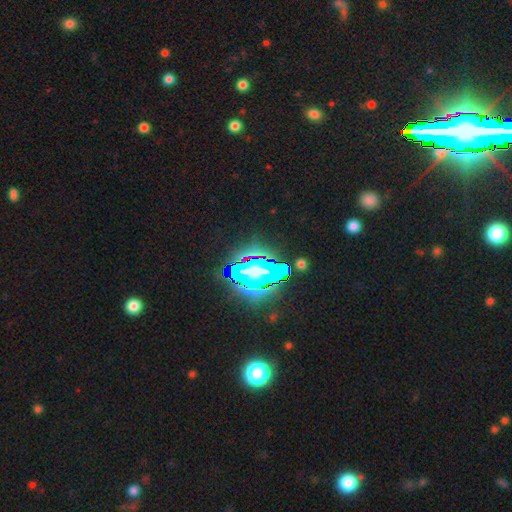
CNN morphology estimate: type=star or artifact (78%).